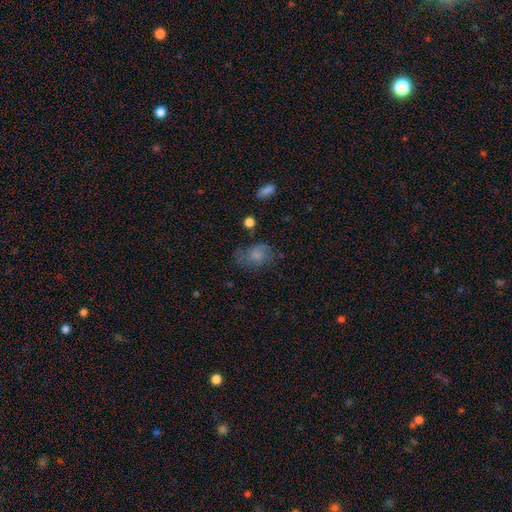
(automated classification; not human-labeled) Overall: smooth (46%; featured or disk 35%). Merging: none (63%).